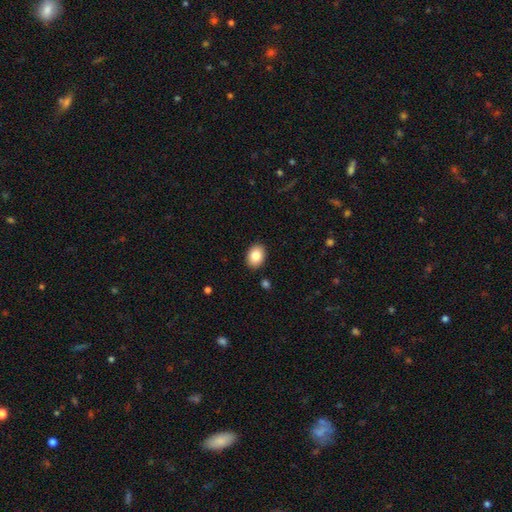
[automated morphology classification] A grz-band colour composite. It shows a smooth galaxy with no disk features (84%) that is in between round and cigar-shaped (73%). Merging: none (89%).